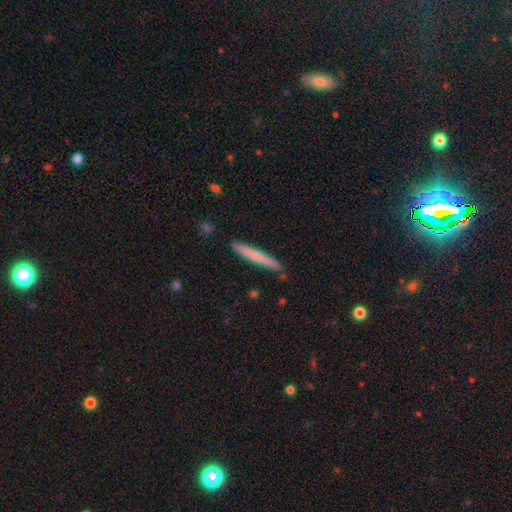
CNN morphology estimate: This is likely a smooth galaxy (69%). How rounded: clearly cigar-shaped (96%). Merging: clearly none (89%).